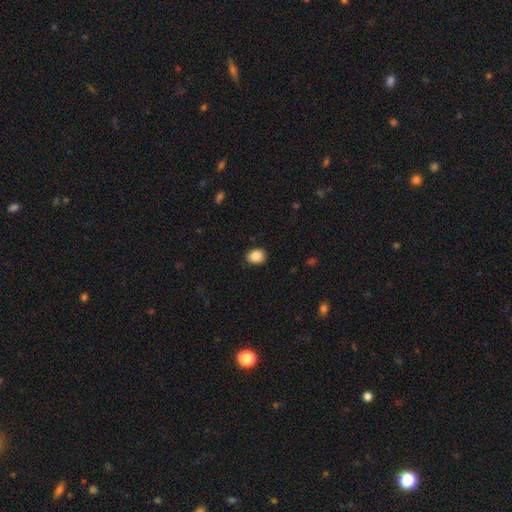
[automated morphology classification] Smooth or featured? smooth (86%)
How rounded? in between (51%)
Merging? none (88%)